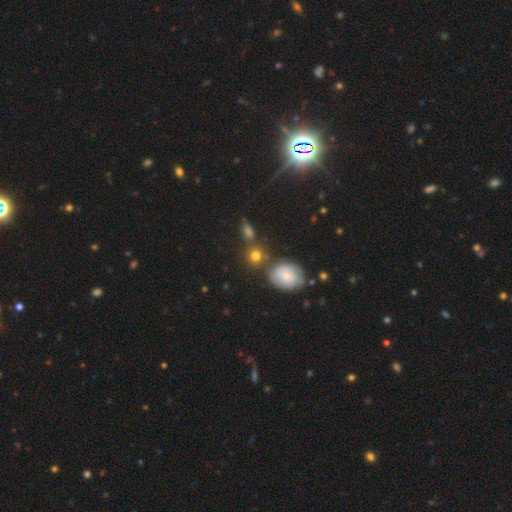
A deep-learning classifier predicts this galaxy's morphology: A smooth galaxy with no disk features (75%) that is round (76%).

Vote fractions:
- Smooth or featured? smooth: 75% / star or artifact: 14% / featured or disk: 11%
- How rounded? round: 76% / in between: 22% / cigar-shaped: 2%
- Merging? none: 62% / merger: 19% / minor disturbance: 13% / major disturbance: 5%